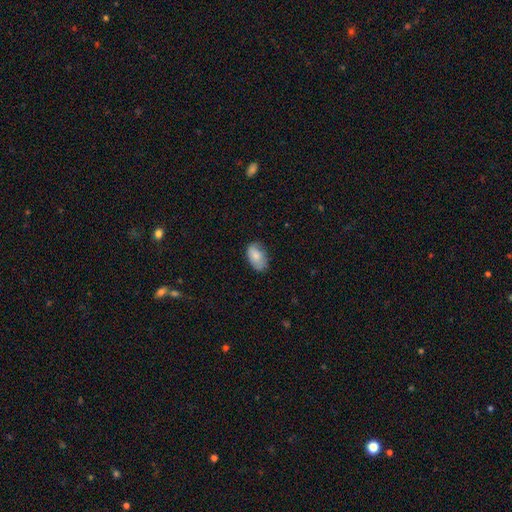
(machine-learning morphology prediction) Q: Smooth or featured?
A: smooth (81%); runner-up: featured or disk (12%)
Q: How rounded?
A: in between (91%); runner-up: round (7%)
Q: Merging?
A: none (70%); runner-up: minor disturbance (24%)